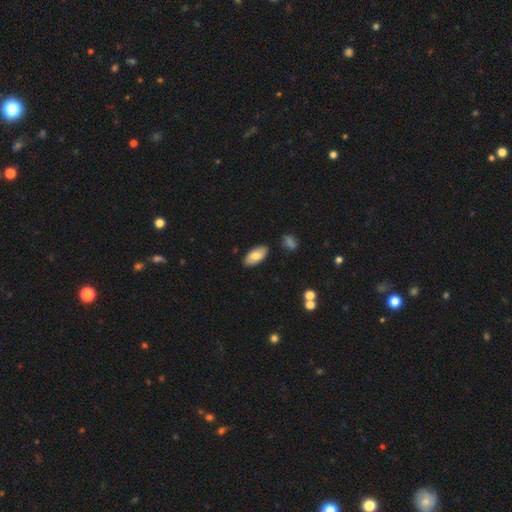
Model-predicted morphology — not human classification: Q: Smooth or featured?
A: smooth (76%); runner-up: featured or disk (18%)
Q: How rounded?
A: in between (92%); runner-up: cigar-shaped (6%)
Q: Merging?
A: none (85%); runner-up: minor disturbance (11%)